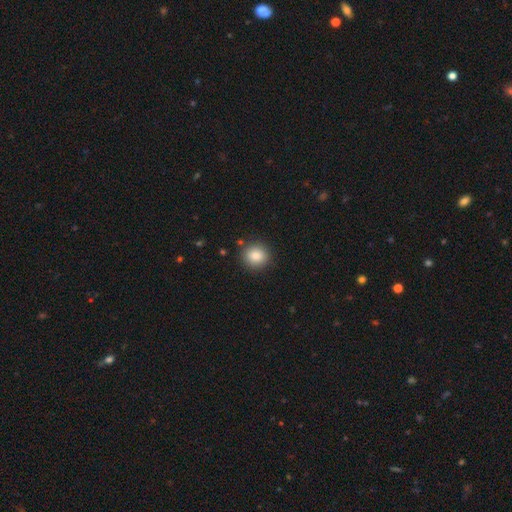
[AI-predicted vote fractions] Smooth or featured? smooth (86%)
How rounded? round (80%)
Merging? none (88%)